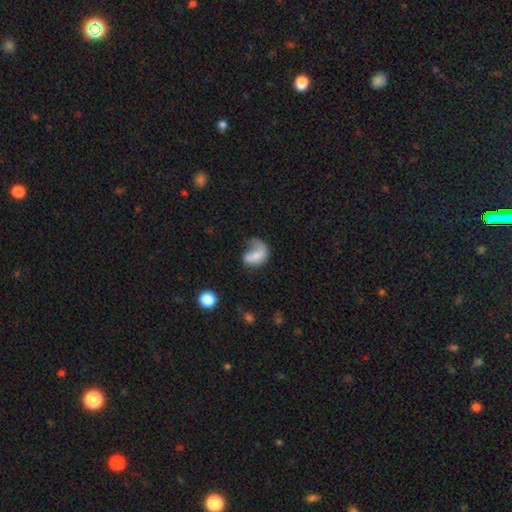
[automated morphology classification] The model was most divided on "smooth or featured": smooth: 54%, featured or disk: 38%, star or artifact: 9%. Remaining: how rounded — in between (75%); merging — major disturbance (50%).